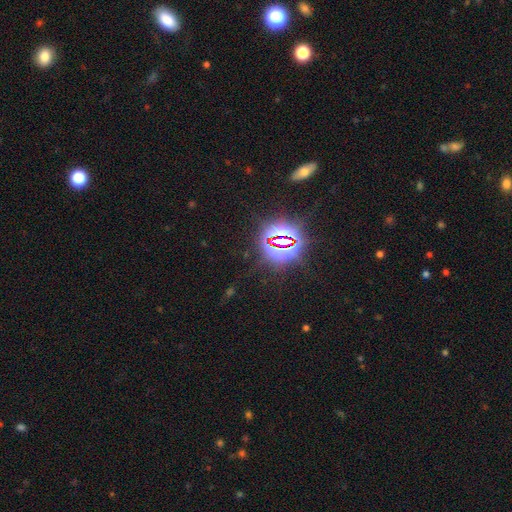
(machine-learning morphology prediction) smooth-or-featured: star or artifact: 83% | smooth: 11% | featured or disk: 6%